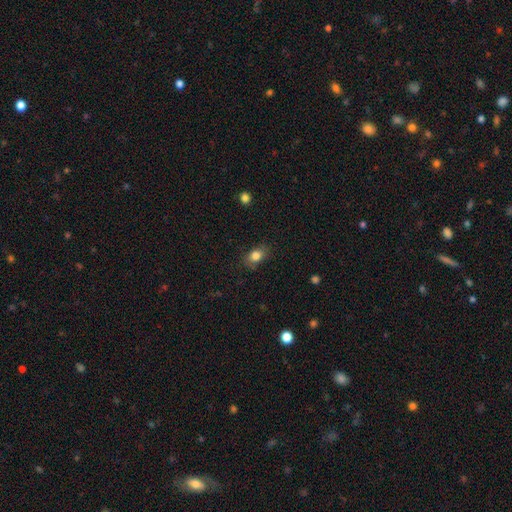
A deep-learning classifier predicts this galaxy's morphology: Smooth or featured? smooth (82%)
How rounded? in between (74%)
Merging? none (79%)